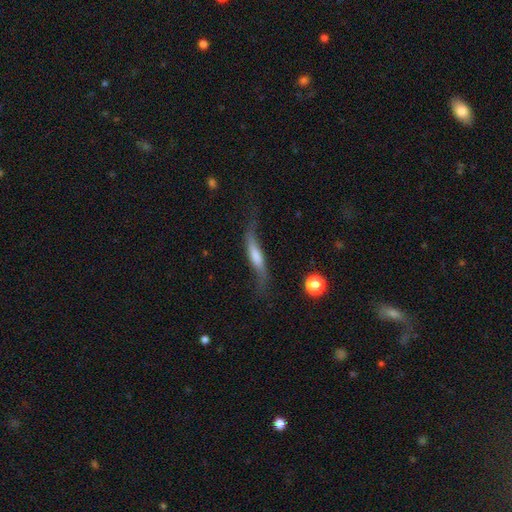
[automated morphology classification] smooth-or-featured: featured or disk: 62% | smooth: 29% | star or artifact: 9%
  disk-edge-on: yes: 60% | no: 40%
  merging: none: 56% | minor disturbance: 24% | major disturbance: 17% | merger: 3%